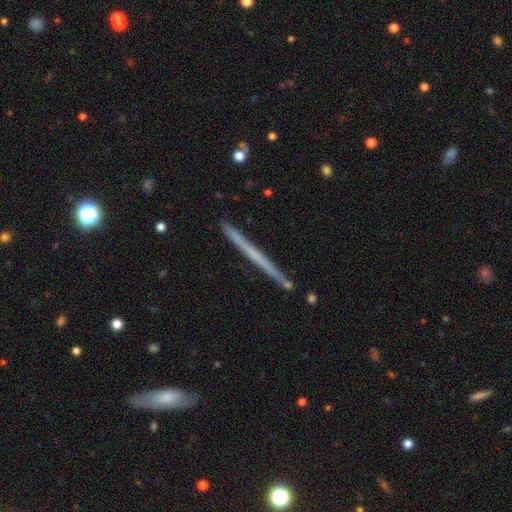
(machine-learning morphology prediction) This appears to be a featured or disk galaxy (54%) viewed edge-on (98%) with no central bulge (92%). Merging: none (91%).